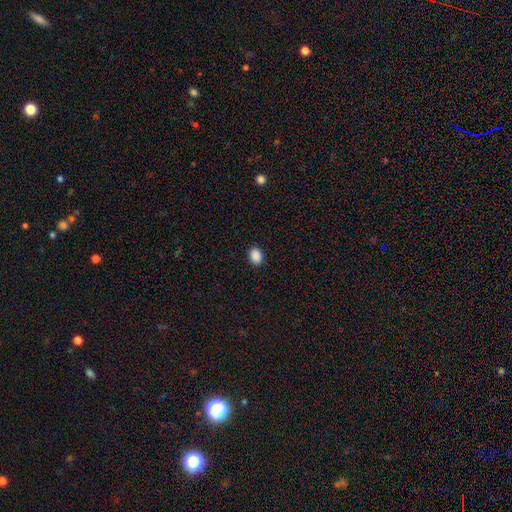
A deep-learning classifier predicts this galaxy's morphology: smooth 89%, star or artifact 9%, featured or disk 2%. Down the decision tree: how rounded — in between (65%); merging — none (90%).